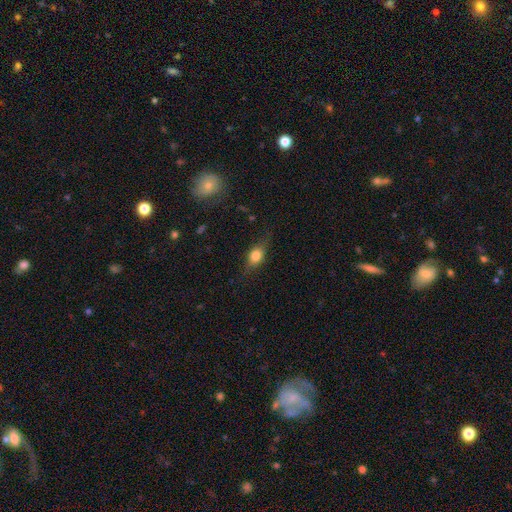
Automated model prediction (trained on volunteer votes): Smooth or featured? smooth (70%)
How rounded? in between (67%)
Merging? none (72%)